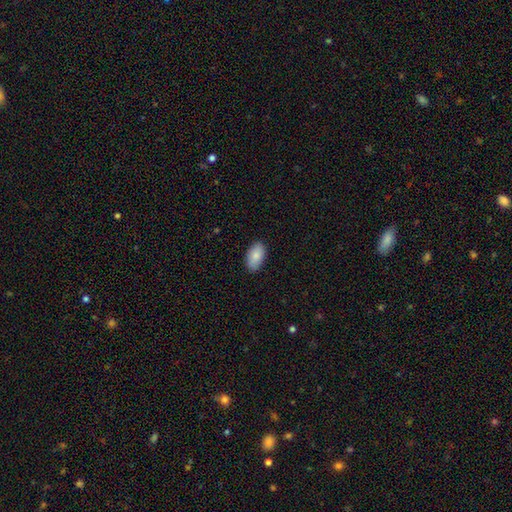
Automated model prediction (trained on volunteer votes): A smooth galaxy with no disk features (86%) that is in between round and cigar-shaped (95%). Merging: none (87%).